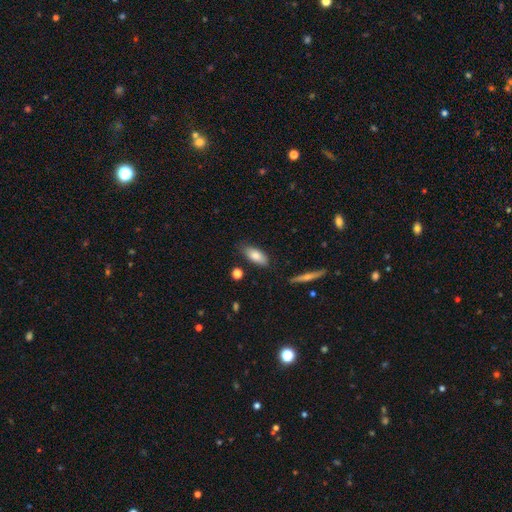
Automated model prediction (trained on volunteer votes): Smooth or featured? smooth (81%)
How rounded? in between (82%)
Merging? none (79%)